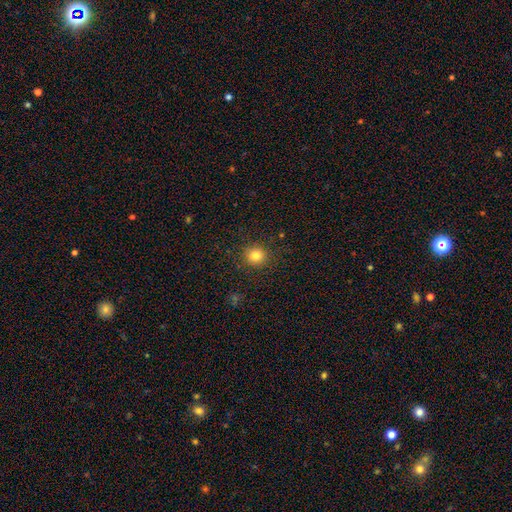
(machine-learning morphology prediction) Smooth or featured? smooth (82%)
How rounded? round (90%)
Merging? none (90%)